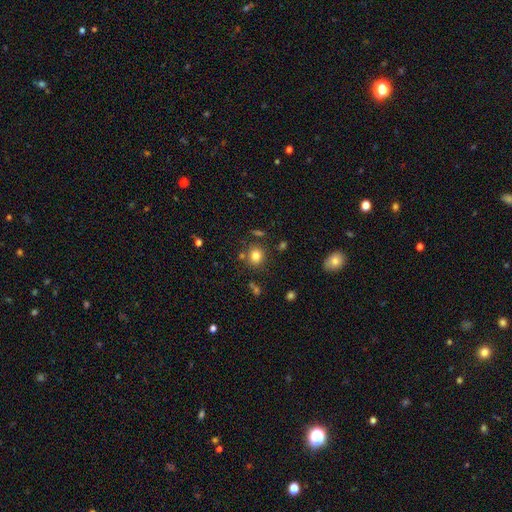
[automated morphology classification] This appears to be a smooth galaxy with no disk features (79%) that is round (79%). Merging: none (80%).